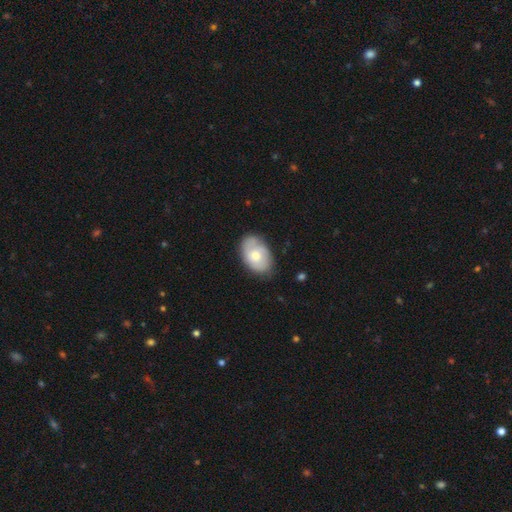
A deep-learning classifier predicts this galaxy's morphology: This is possibly a smooth galaxy (56%). How rounded: clearly in between (86%). Merging: likely none (67%).